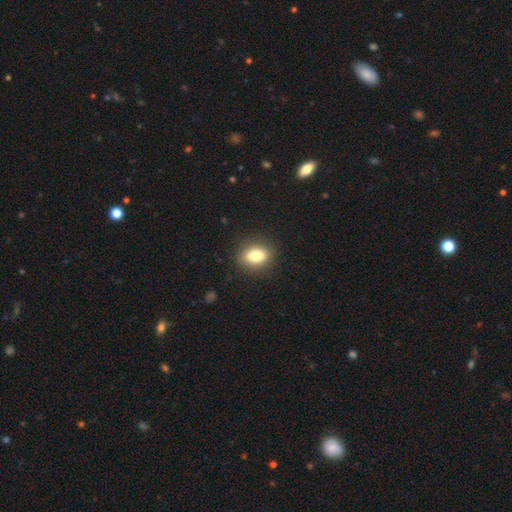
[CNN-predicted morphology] This appears to be a smooth galaxy with no disk features (83%) that is in between round and cigar-shaped (72%). Merging: none (88%).